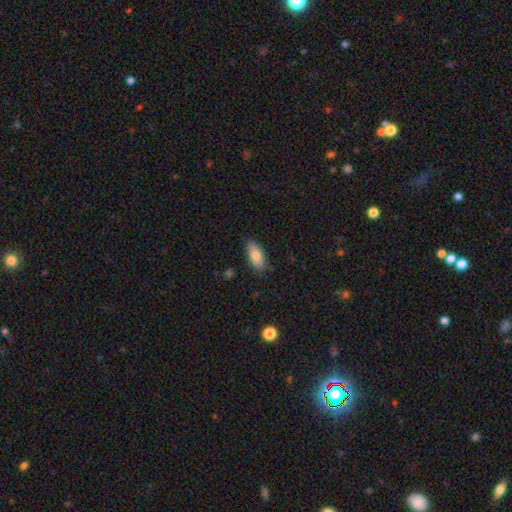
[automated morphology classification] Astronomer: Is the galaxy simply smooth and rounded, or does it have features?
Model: smooth — 82%.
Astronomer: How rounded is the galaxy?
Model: in between — 84%.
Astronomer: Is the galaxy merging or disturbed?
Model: none — 84%.